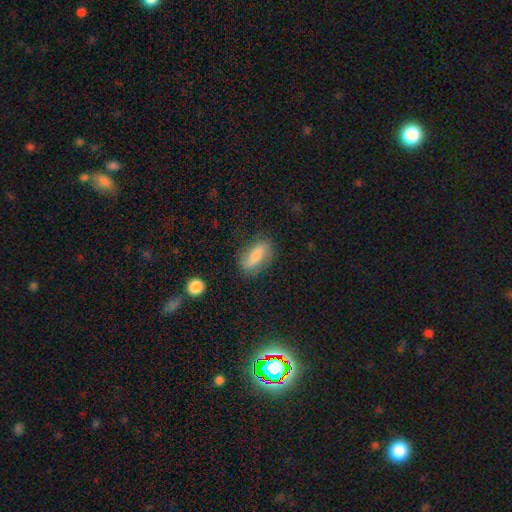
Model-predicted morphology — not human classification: Smooth or featured?
  - smooth: 68% *
  - featured or disk: 22%
  - star or artifact: 9%
How rounded?
  - in between: 77% *
  - cigar-shaped: 18%
  - round: 5%
Merging?
  - none: 76% *
  - minor disturbance: 17%
  - major disturbance: 5%
  - merger: 2%